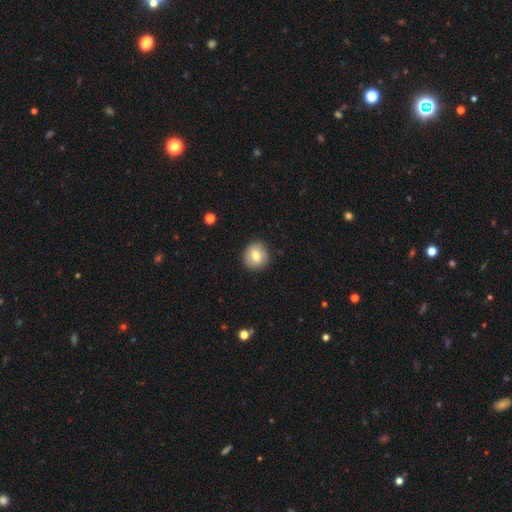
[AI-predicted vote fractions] The model was most divided on "smooth or featured": smooth: 73%, featured or disk: 18%, star or artifact: 9%. More confident: how rounded — round (90%); merging — none (87%).